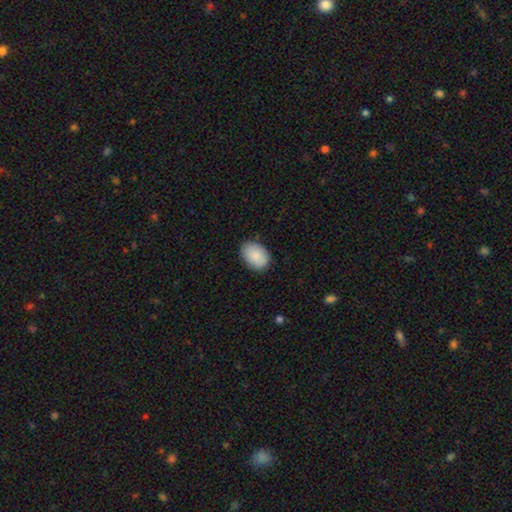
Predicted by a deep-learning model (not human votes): Overall: smooth (88%). How rounded: in between (81%). Merging: none (85%).